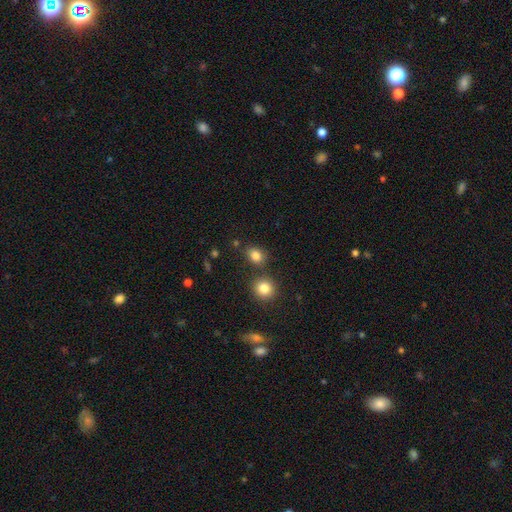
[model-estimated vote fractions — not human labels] Smooth or featured? smooth (83%)
How rounded? in between (52%)
Merging? none (74%)